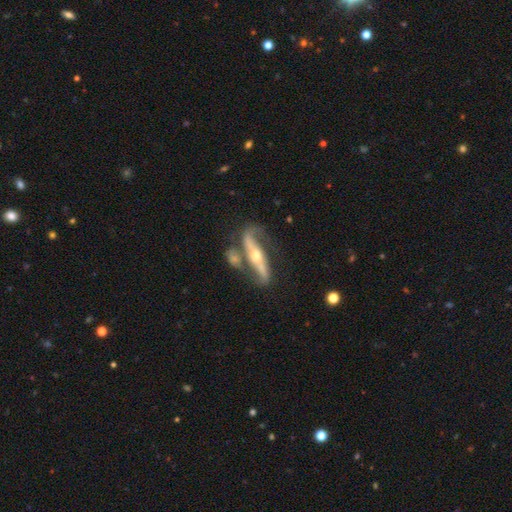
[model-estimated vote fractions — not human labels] Smooth or featured: featured or disk — 85% (smooth — 11%)
Edge-on disk: no — 58% (yes — 42%)
Merging: none — 55% (merger — 17%)